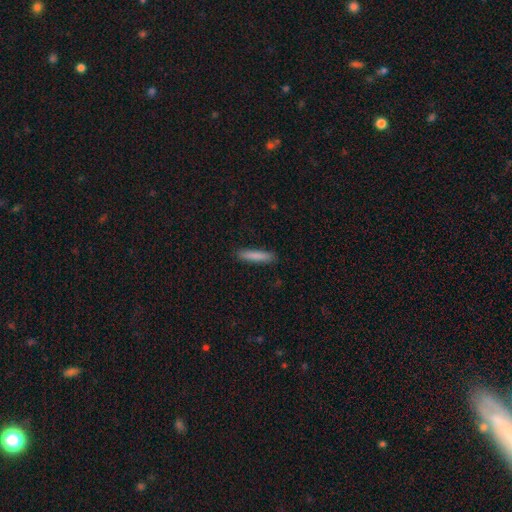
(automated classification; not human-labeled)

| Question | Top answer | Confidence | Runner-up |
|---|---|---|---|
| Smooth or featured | smooth | 83% | featured or disk (11%) |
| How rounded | cigar-shaped | 90% | in between (9%) |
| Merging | none | 89% | minor disturbance (8%) |